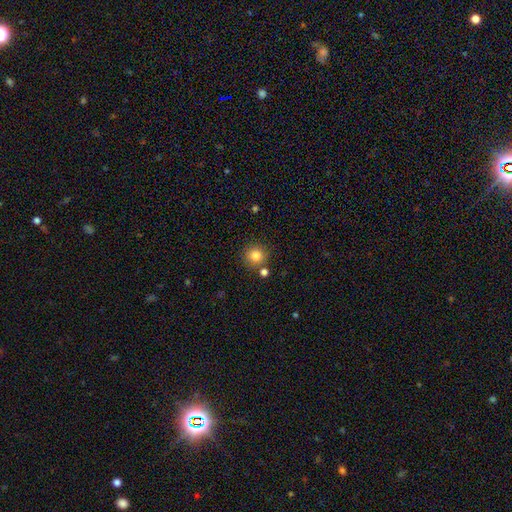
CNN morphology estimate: Q: Smooth or featured?
A: smooth (82%); runner-up: star or artifact (11%)
Q: How rounded?
A: round (93%); runner-up: in between (6%)
Q: Merging?
A: none (80%); runner-up: merger (9%)